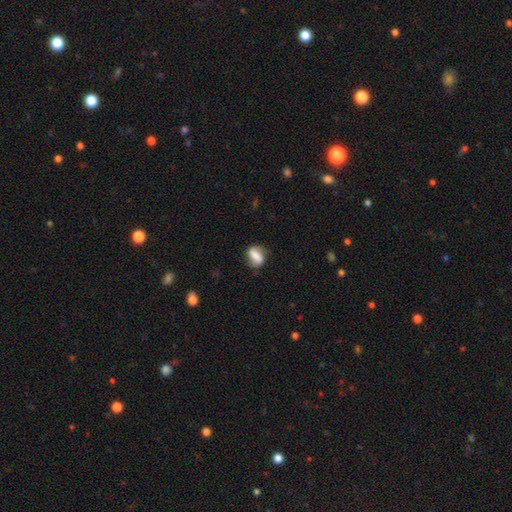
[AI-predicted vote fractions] Smooth or featured? smooth (51%)
How rounded? in between (69%)
Merging? none (70%)